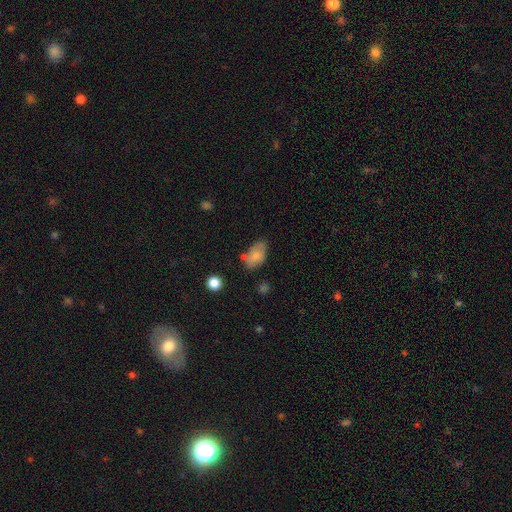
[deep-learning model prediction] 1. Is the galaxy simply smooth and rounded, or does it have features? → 77% smooth, 14% featured or disk, 9% star or artifact.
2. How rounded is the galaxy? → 90% in between, 8% round, 2% cigar-shaped.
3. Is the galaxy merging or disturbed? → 48% none, 33% minor disturbance, 11% major disturbance, 8% merger.